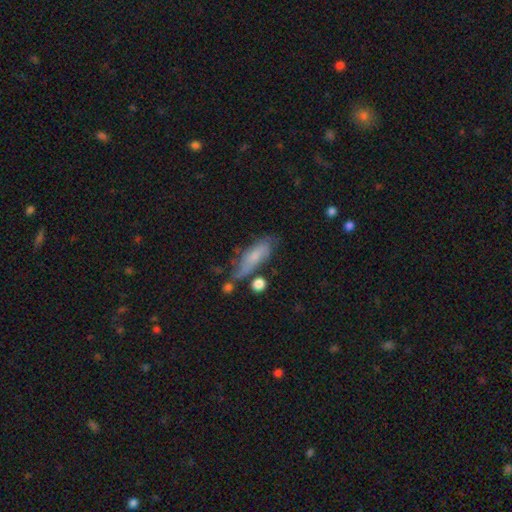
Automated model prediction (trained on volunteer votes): Q: Smooth or featured?
A: smooth (58%); runner-up: featured or disk (34%)
Q: How rounded?
A: in between (53%); runner-up: cigar-shaped (44%)
Q: Merging?
A: none (55%); runner-up: minor disturbance (26%)